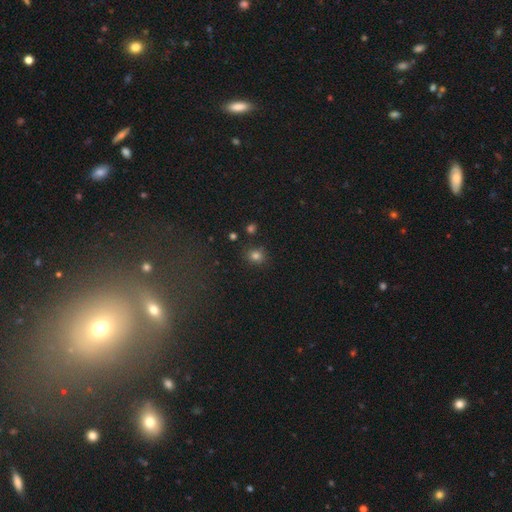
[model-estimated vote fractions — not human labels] Smooth or featured: smooth — 77% (star or artifact — 16%)
How rounded: round — 77% (in between — 21%)
Merging: none — 81% (minor disturbance — 11%)